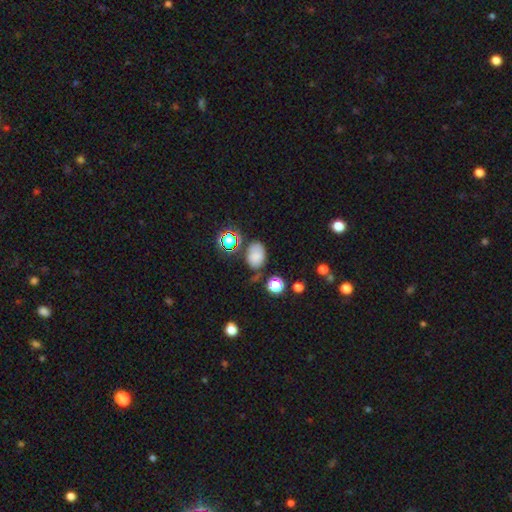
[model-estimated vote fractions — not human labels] Morphology: type=smooth (64%); roundness=in between (75%); merging=none (51%).